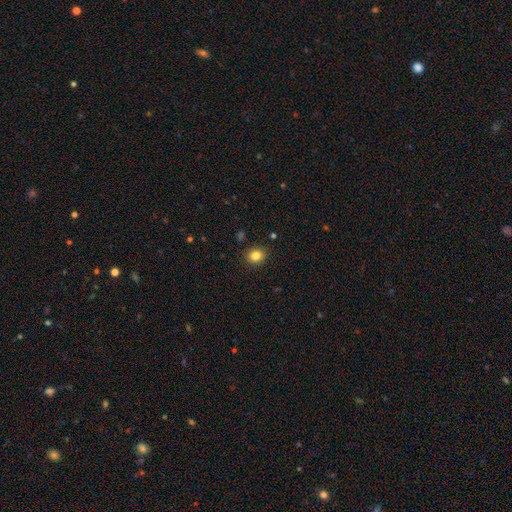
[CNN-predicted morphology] smooth_or_featured: smooth (p=0.83) [alt: star or artifact p=0.11]
how_rounded: round (p=0.70) [alt: in between p=0.30]
merging: none (p=0.89) [alt: minor disturbance p=0.07]